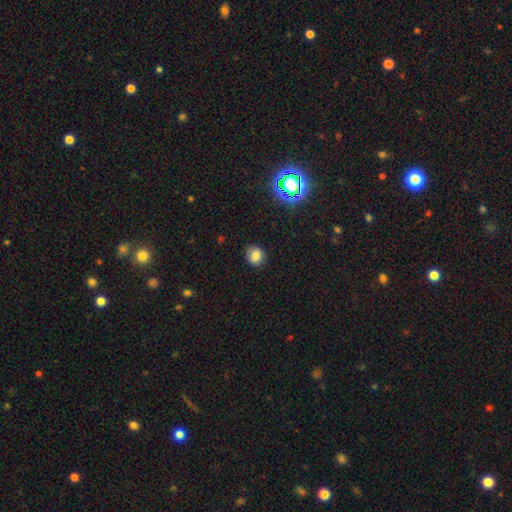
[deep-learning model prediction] Morphology: type=smooth (76%); roundness=round (64%); merging=none (85%).